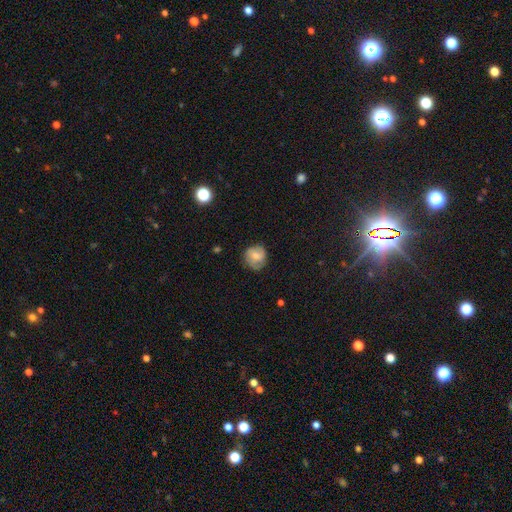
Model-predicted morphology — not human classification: smooth 57%, featured or disk 35%, star or artifact 8%. Down the decision tree: how rounded — round (82%); merging — none (69%).